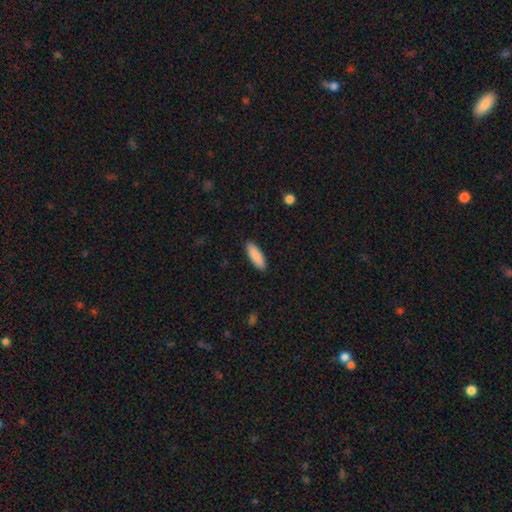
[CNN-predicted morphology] Overall: smooth (89%). How rounded: in between (57%; cigar-shaped 42%). Merging: none (90%).